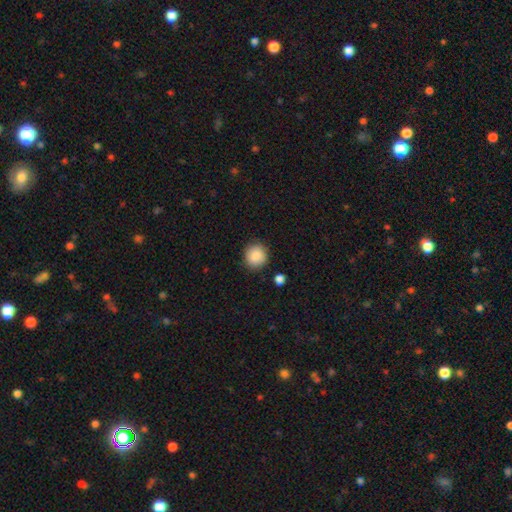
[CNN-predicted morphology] smooth 88%, star or artifact 8%, featured or disk 4%. Down the decision tree: how rounded — round (89%); merging — none (86%).